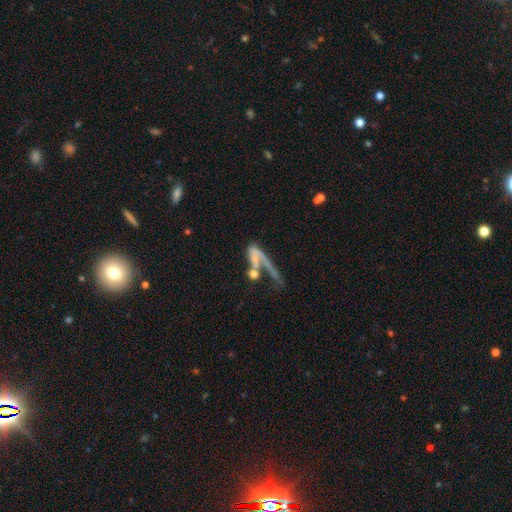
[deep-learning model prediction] Q: Smooth or featured?
A: featured or disk (55%); runner-up: smooth (34%)
Q: Edge-on disk?
A: no (89%); runner-up: yes (11%)
Q: Merging?
A: merger (43%); runner-up: major disturbance (30%)